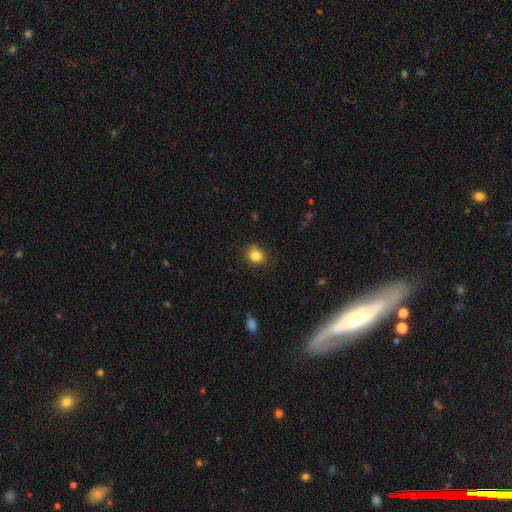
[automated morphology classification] A smooth galaxy with no disk features (83%) that is round (81%).

Vote fractions:
- Smooth or featured? smooth: 83% / star or artifact: 11% / featured or disk: 6%
- How rounded? round: 81% / in between: 18% / cigar-shaped: 1%
- Merging? none: 83% / minor disturbance: 12% / major disturbance: 3% / merger: 2%